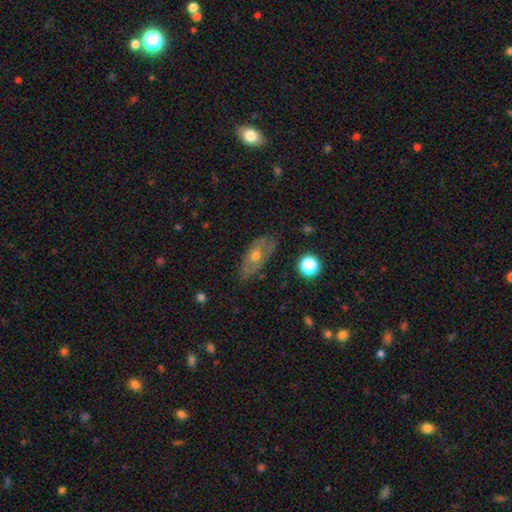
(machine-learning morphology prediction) Smooth or featured? Predicted: featured or disk (p=0.50). Merging? Predicted: none (p=0.72).